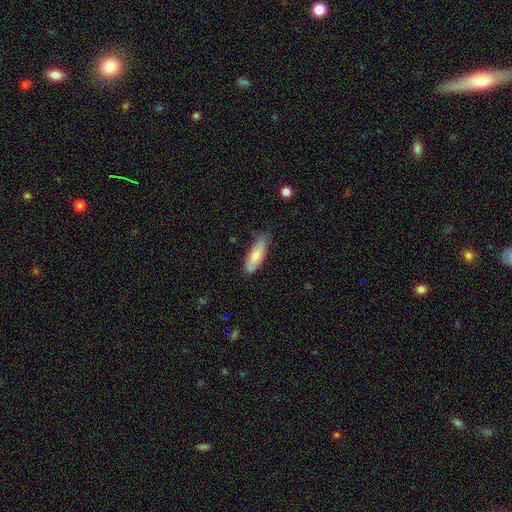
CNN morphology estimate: smooth_or_featured: smooth (p=0.75) [alt: featured or disk p=0.19]
how_rounded: in between (p=0.64) [alt: cigar-shaped p=0.34]
merging: none (p=0.68) [alt: minor disturbance p=0.26]